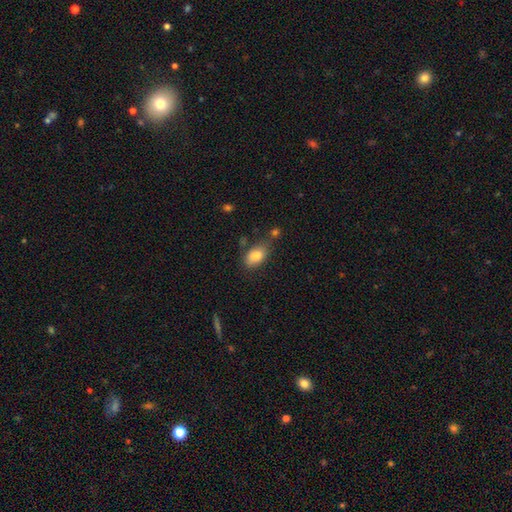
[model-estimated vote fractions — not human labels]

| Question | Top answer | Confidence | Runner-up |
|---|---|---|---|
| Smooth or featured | smooth | 82% | featured or disk (10%) |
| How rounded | in between | 89% | round (9%) |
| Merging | none | 66% | minor disturbance (21%) |